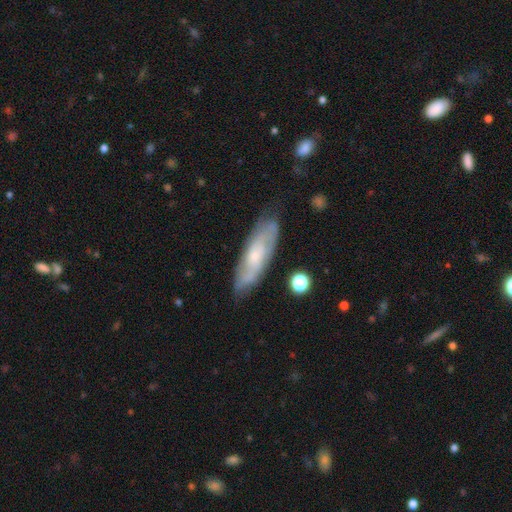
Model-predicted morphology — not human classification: This is possibly a featured or disk galaxy (59%). It is likely not viewed edge-on (77%). Merging: likely none (75%).